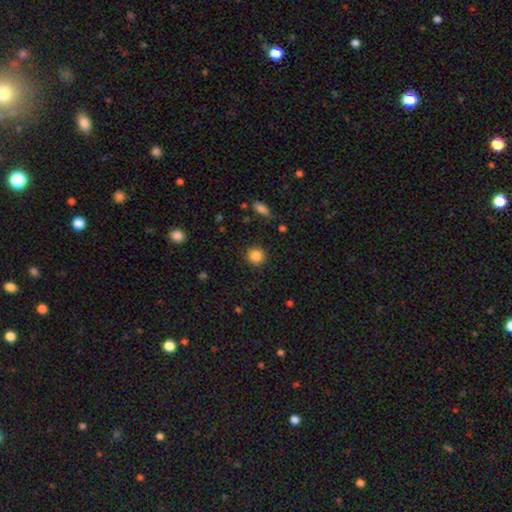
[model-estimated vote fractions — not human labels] Smooth or featured? smooth (86%)
How rounded? round (91%)
Merging? none (89%)